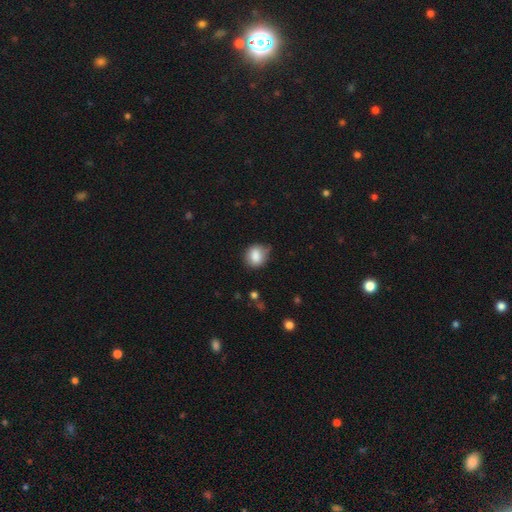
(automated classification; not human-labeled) smooth_or_featured: smooth (p=0.84) [alt: star or artifact p=0.08]
how_rounded: round (p=0.71) [alt: in between p=0.28]
merging: none (p=0.62) [alt: minor disturbance p=0.29]